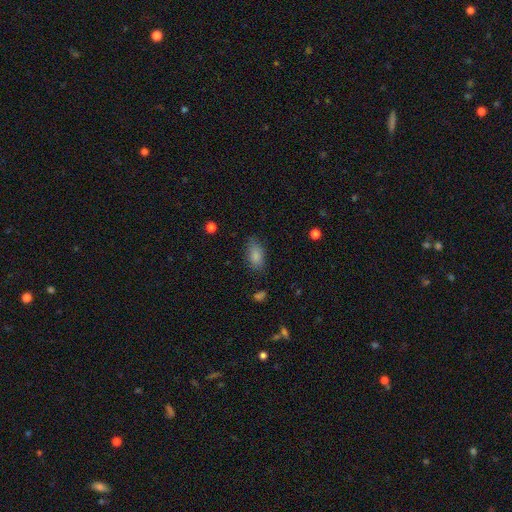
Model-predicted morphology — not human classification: smooth-or-featured: smooth: 84% | star or artifact: 8% | featured or disk: 7%
  how-rounded: in between: 89% | round: 6% | cigar-shaped: 4%
  merging: none: 76% | minor disturbance: 17% | major disturbance: 5% | merger: 2%